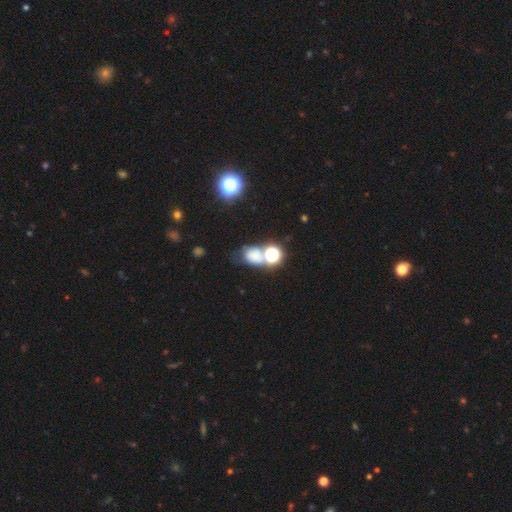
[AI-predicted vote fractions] smooth-or-featured: smooth: 64% | star or artifact: 24% | featured or disk: 11%
  how-rounded: in between: 52% | round: 46% | cigar-shaped: 2%
  merging: none: 43% | merger: 32% | minor disturbance: 16% | major disturbance: 10%